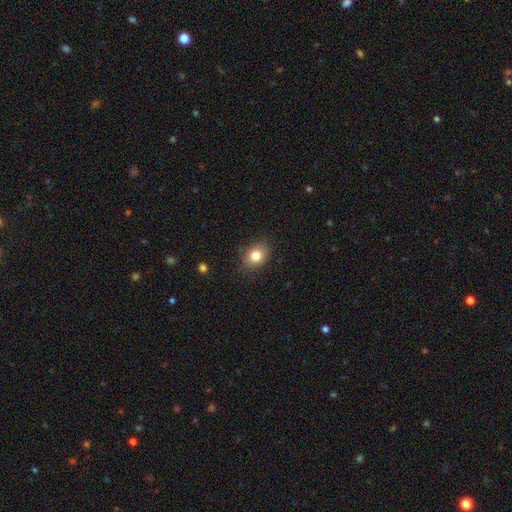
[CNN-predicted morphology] This is clearly a smooth galaxy (80%). How rounded: possibly in between (52%). Merging: clearly none (80%).